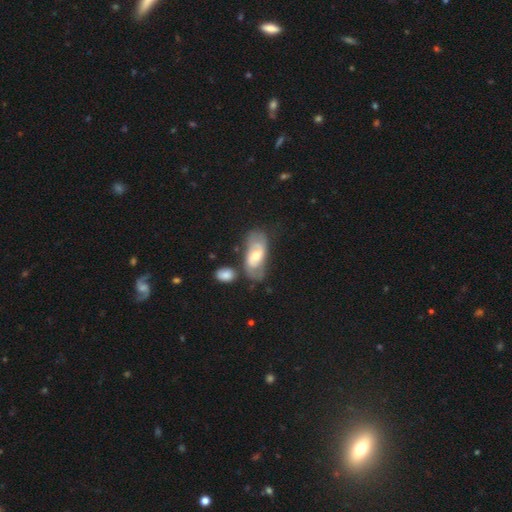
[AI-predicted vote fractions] This appears to be a featured or disk galaxy (60%) with no bar (52%), spiral arms (68%) and a moderate central bulge (68%). Merging: none (56%).